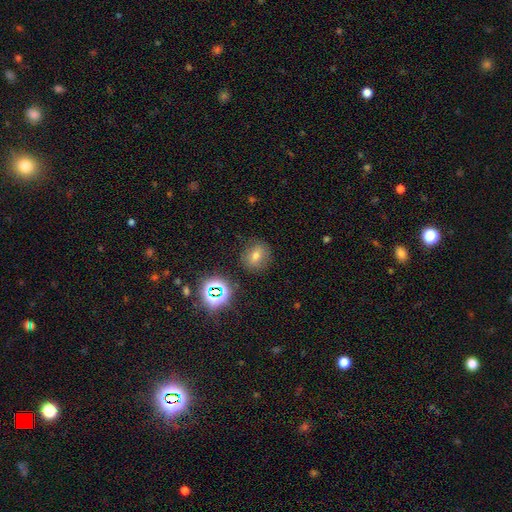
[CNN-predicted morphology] smooth_or_featured: smooth (p=0.57) [alt: star or artifact p=0.26]
how_rounded: round (p=0.80) [alt: in between p=0.19]
merging: none (p=0.85) [alt: minor disturbance p=0.10]